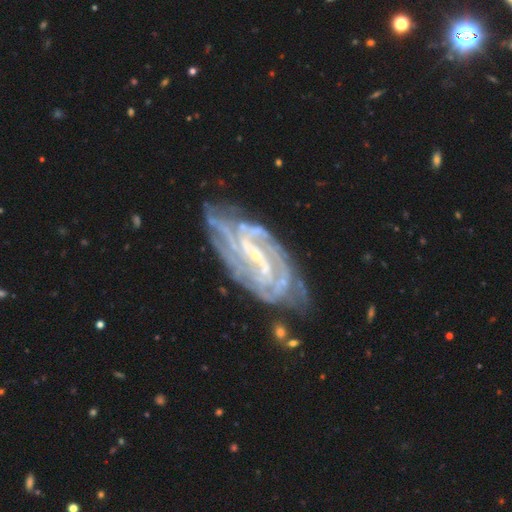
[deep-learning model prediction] Smooth or featured?
  - featured or disk: 89% *
  - star or artifact: 6%
  - smooth: 5%
Edge-on disk?
  - no: 94% *
  - yes: 6%
Bar?
  - weak: 40% *
  - strong: 38%
  - no: 21%
Spiral arms?
  - yes: 96% *
  - no: 4%
Spiral winding?
  - tight: 60% *
  - medium: 32%
  - loose: 8%
Spiral arm count?
  - can't tell: 30% *
  - 2: 22%
  - 4: 16%
  - 3: 16%
  - more than 4: 9%
  - 1: 6%
Bulge size?
  - small: 76% *
  - moderate: 16%
  - none: 6%
  - large: 1%
  - dominant: 1%
Merging?
  - none: 66% *
  - minor disturbance: 21%
  - major disturbance: 10%
  - merger: 3%